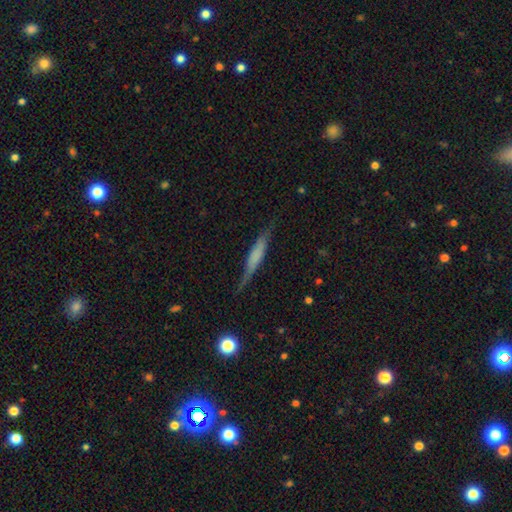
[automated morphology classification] Smooth or featured?
  - featured or disk: 52% *
  - smooth: 41%
  - star or artifact: 7%
Edge-on disk?
  - yes: 93% *
  - no: 7%
Merging?
  - none: 75% *
  - minor disturbance: 18%
  - major disturbance: 5%
  - merger: 2%